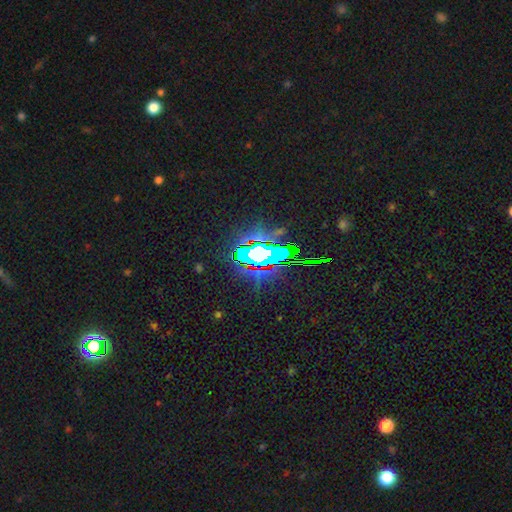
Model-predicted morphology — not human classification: A star or artifact, not a galaxy (62%).